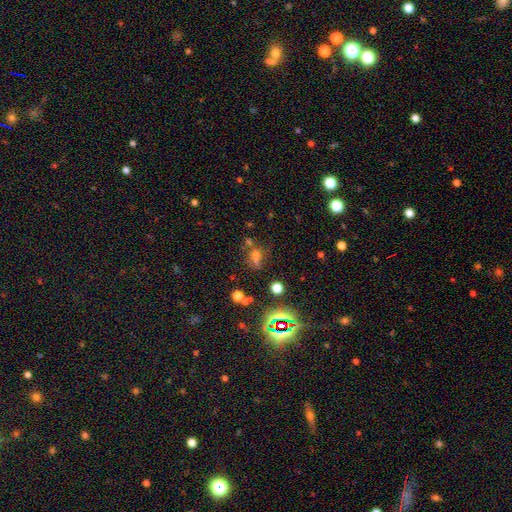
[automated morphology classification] This is possibly a smooth galaxy (45%). Merging: possibly none (49%).